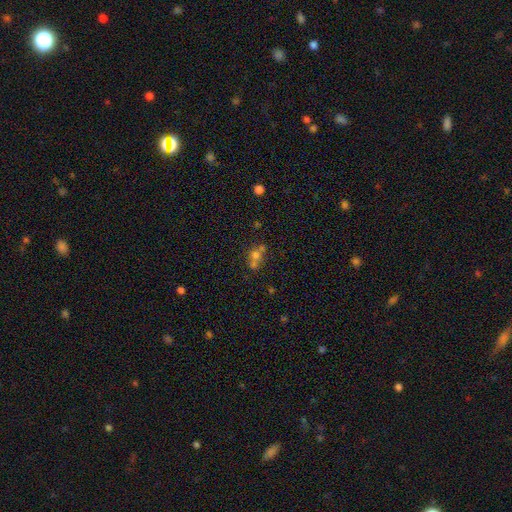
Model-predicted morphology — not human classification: A smooth galaxy with no disk features (56%) that is round (72%). Merging: merger (47%).